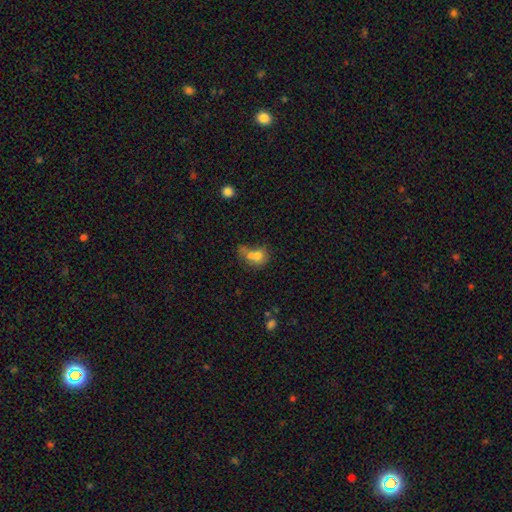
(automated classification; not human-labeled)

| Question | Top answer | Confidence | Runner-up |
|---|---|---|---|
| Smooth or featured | smooth | 69% | featured or disk (19%) |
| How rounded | round | 52% | in between (47%) |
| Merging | merger | 60% | none (21%) |